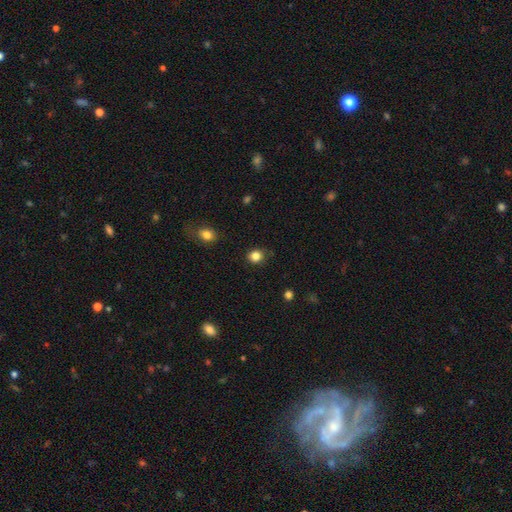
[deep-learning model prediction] This appears to be a smooth galaxy with no disk features (84%) that is round (80%). Merging: none (86%).